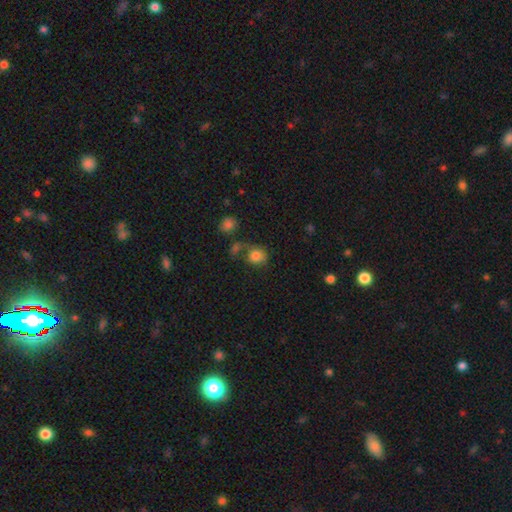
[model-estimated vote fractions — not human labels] Smooth or featured: smooth — 80% (star or artifact — 10%)
How rounded: round — 72% (in between — 27%)
Merging: none — 43% (merger — 28%)